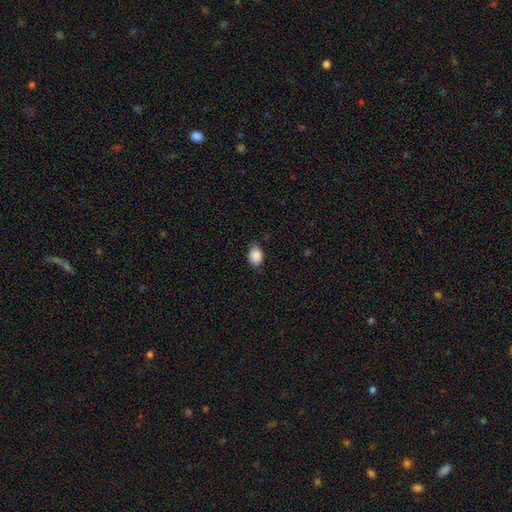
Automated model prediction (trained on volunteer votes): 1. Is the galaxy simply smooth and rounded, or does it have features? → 88% smooth, 8% star or artifact, 5% featured or disk.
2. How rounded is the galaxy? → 75% in between, 24% round, 1% cigar-shaped.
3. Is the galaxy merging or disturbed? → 72% none, 23% minor disturbance, 4% major disturbance, 1% merger.